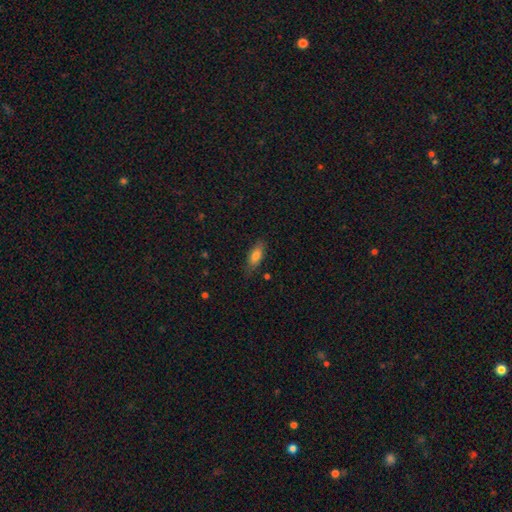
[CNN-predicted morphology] Smooth or featured? Predicted: smooth (p=0.78). How rounded? Predicted: in between (p=0.73). Merging? Predicted: none (p=0.78).